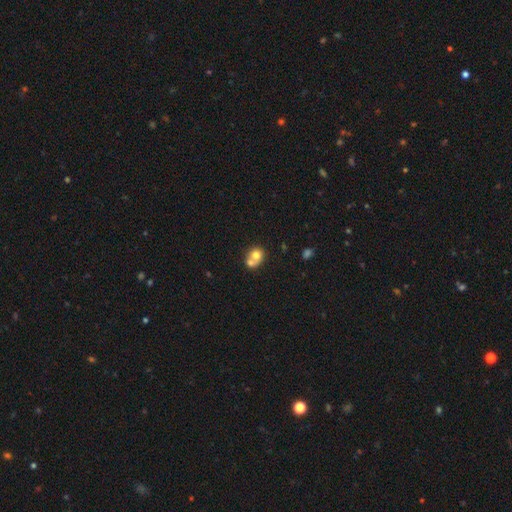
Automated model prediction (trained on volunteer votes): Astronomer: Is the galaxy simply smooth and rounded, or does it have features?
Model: smooth — 70%.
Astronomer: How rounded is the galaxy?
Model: round — 71%.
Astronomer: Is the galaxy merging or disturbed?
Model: merger — 60%.